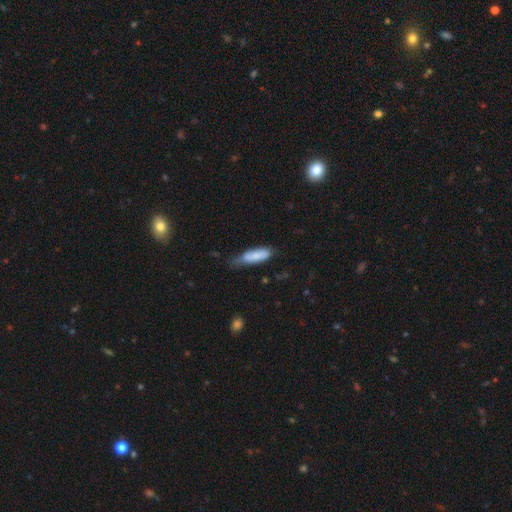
A smooth galaxy with no disk features (68%) that is cigar-shaped (54%).

Vote fractions:
- Smooth or featured? smooth: 68% / featured or disk: 29% / star or artifact: 3%
- How rounded? cigar-shaped: 54% / in between: 46% / round: 0%
- Merging? none: 49% / minor disturbance: 27% / major disturbance: 24% / merger: 0%